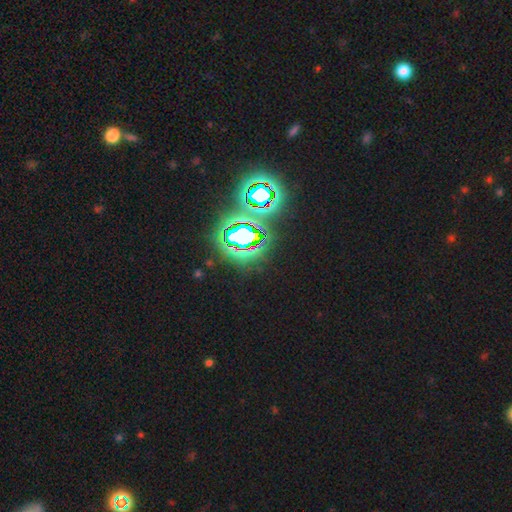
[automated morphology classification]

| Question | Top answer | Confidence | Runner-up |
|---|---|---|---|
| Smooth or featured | star or artifact | 80% | smooth (13%) |